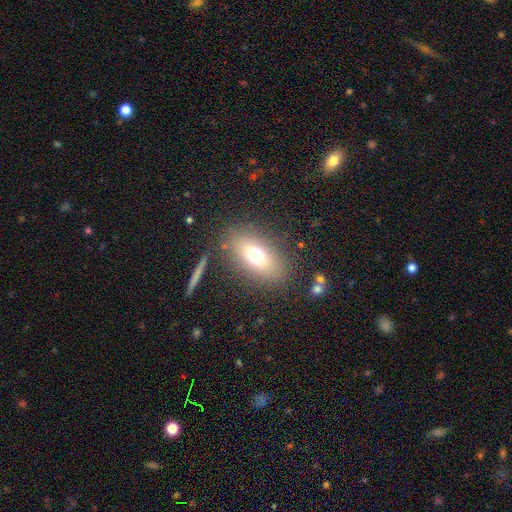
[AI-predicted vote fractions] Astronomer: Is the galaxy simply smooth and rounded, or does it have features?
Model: smooth — 67%.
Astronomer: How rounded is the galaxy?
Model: in between — 76%.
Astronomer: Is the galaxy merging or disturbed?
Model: none — 81%.